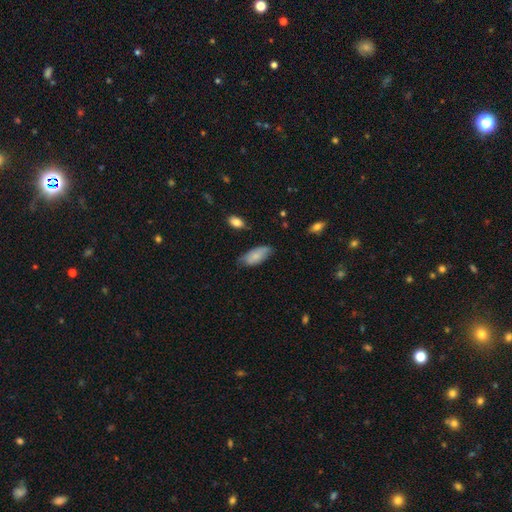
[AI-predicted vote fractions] Smooth or featured: smooth — 78% (featured or disk — 16%)
How rounded: in between — 89% (cigar-shaped — 9%)
Merging: none — 57% (minor disturbance — 34%)